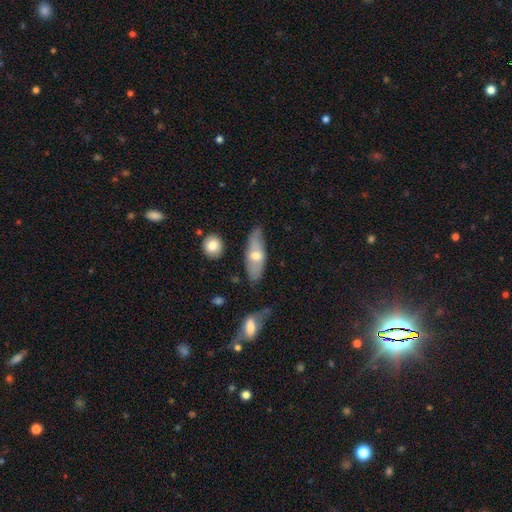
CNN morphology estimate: The model was most divided on "smooth or featured": smooth: 53%, featured or disk: 40%, star or artifact: 7%. More confident: merging — none (69%); how rounded — in between (62%).